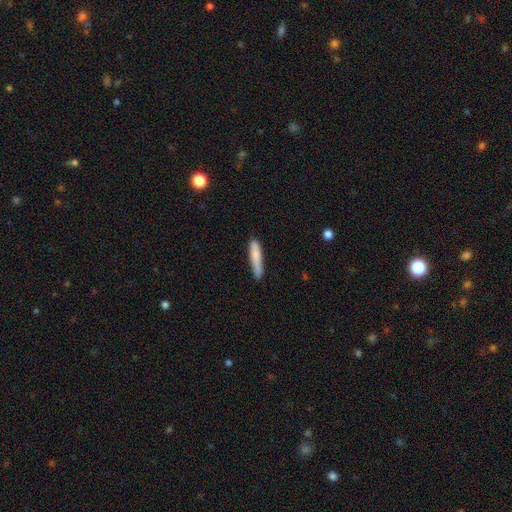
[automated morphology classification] A smooth galaxy with no disk features (78%) that is cigar-shaped (90%). Merging: none (75%).